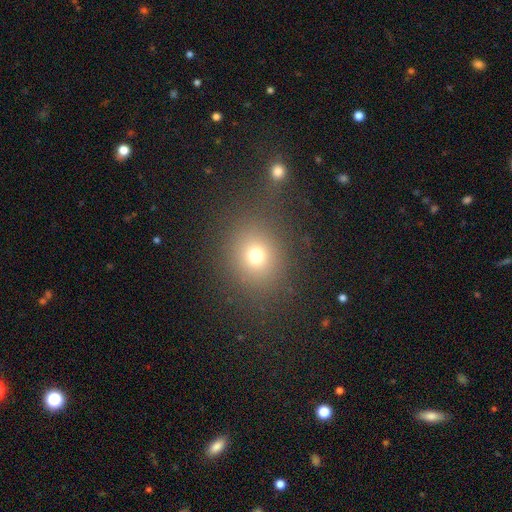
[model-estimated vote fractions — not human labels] Smooth or featured? Predicted: smooth (p=0.73). How rounded? Predicted: round (p=0.75). Merging? Predicted: none (p=0.76).